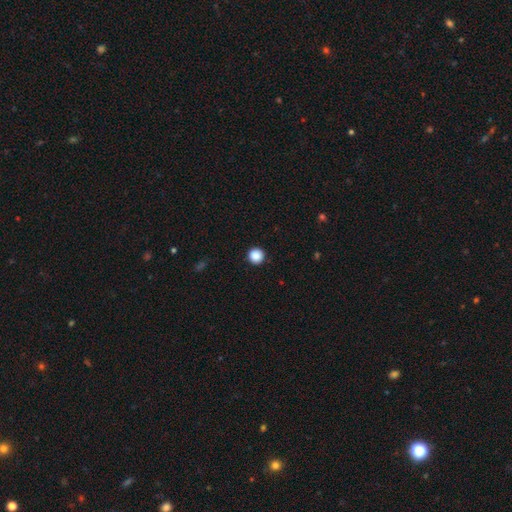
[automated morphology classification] A smooth galaxy with no disk features (88%) that is round (96%).

Vote fractions:
- Smooth or featured? smooth: 88% / star or artifact: 9% / featured or disk: 2%
- How rounded? round: 96% / in between: 3% / cigar-shaped: 1%
- Merging? none: 93% / minor disturbance: 4% / major disturbance: 2% / merger: 1%